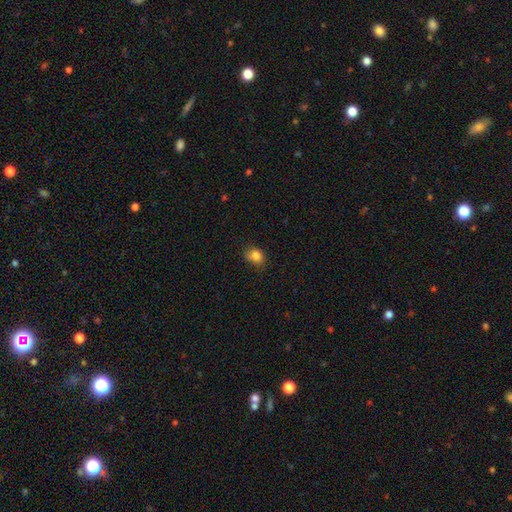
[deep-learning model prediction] smooth 83%, star or artifact 11%, featured or disk 6%. Down the decision tree: how rounded — round (50%); merging — none (67%).